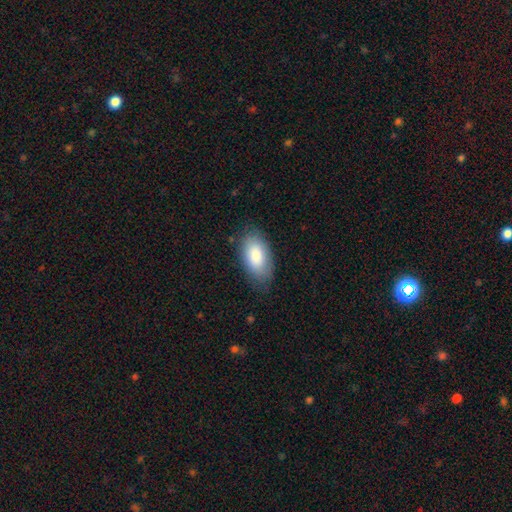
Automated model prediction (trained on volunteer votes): A smooth galaxy with no disk features (85%) that is in between round and cigar-shaped (95%). Merging: none (79%).